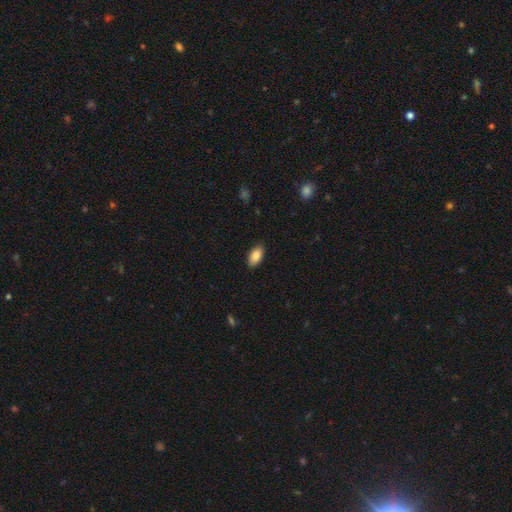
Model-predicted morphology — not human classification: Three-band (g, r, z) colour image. It shows a smooth galaxy with no disk features (86%) that is in between round and cigar-shaped (93%). Merging: none (88%).